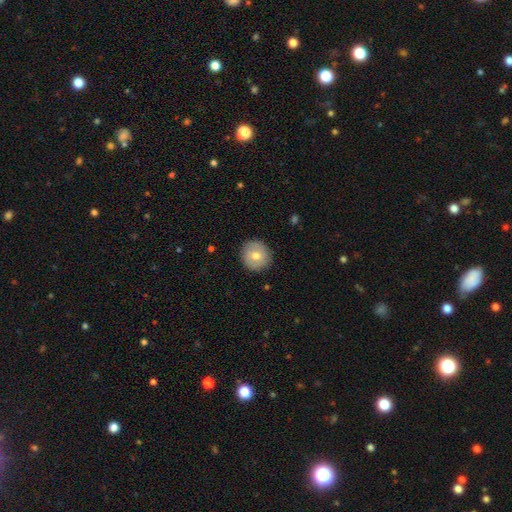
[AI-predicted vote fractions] Smooth or featured: smooth — 66% (featured or disk — 26%)
How rounded: round — 92% (in between — 7%)
Merging: none — 89% (minor disturbance — 8%)